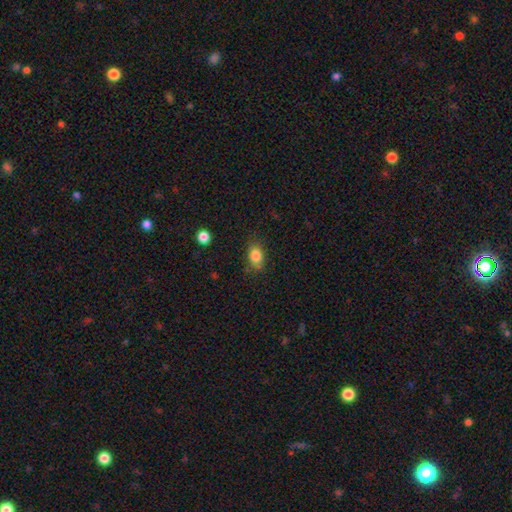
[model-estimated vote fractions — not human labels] smooth_or_featured: smooth (p=0.84) [alt: star or artifact p=0.09]
how_rounded: in between (p=0.77) [alt: round p=0.21]
merging: none (p=0.77) [alt: minor disturbance p=0.17]